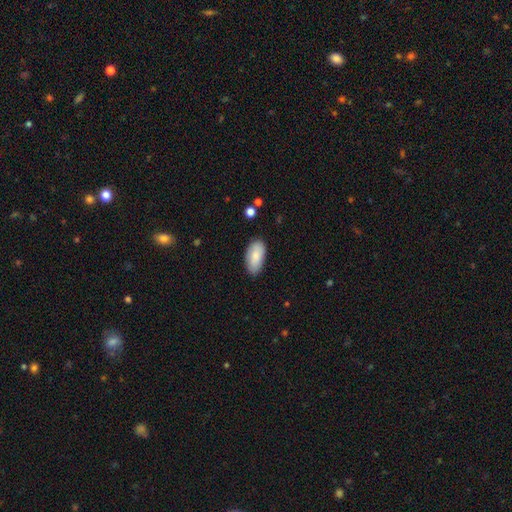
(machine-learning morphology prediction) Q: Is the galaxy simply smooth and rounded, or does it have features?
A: smooth — 83%.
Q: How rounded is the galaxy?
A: in between — 94%.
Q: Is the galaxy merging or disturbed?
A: none — 83%.